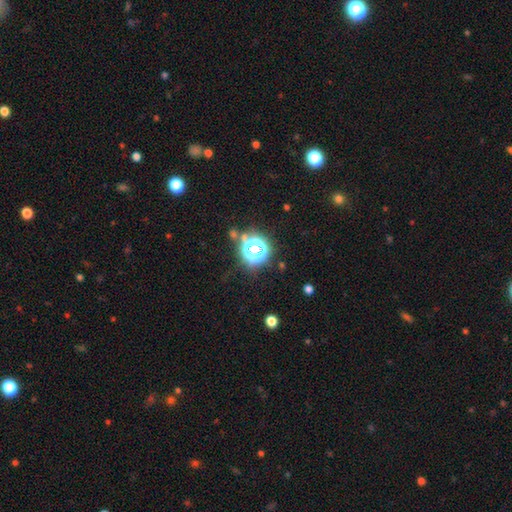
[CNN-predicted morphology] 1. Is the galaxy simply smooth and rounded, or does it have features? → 65% star or artifact, 25% smooth, 9% featured or disk.